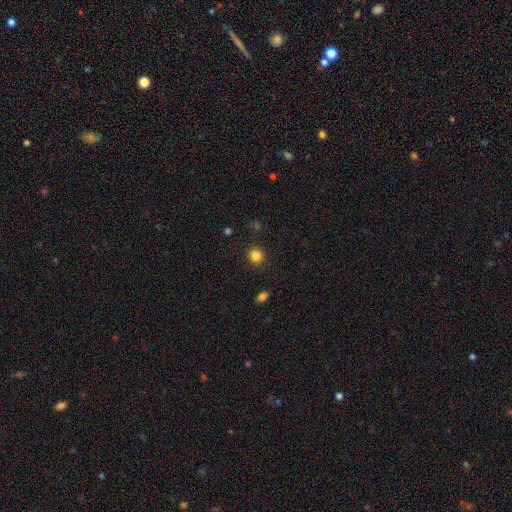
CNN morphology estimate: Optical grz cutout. It shows a smooth galaxy with no disk features (84%) that is round (90%). Merging: none (91%).